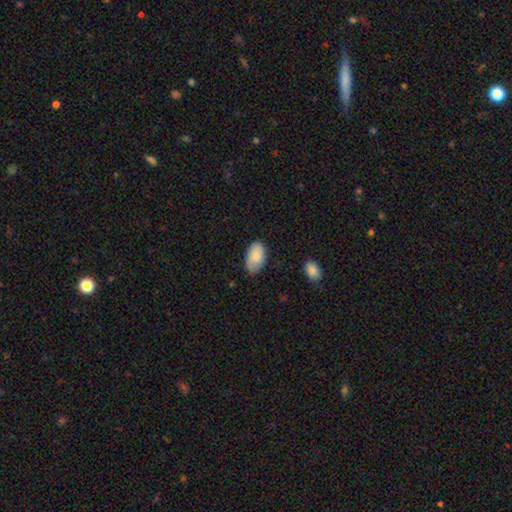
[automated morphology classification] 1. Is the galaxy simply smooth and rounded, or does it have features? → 81% smooth, 13% featured or disk, 6% star or artifact.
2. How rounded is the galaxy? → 94% in between, 5% round, 1% cigar-shaped.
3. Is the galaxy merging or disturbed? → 75% none, 20% minor disturbance, 3% major disturbance, 1% merger.